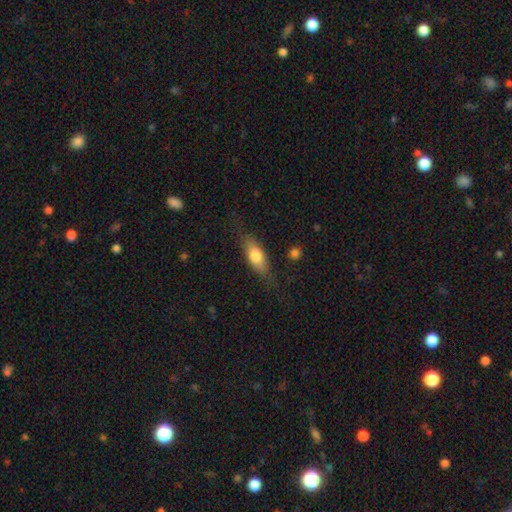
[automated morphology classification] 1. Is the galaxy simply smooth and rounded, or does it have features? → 72% smooth, 22% featured or disk, 6% star or artifact.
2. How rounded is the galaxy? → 72% in between, 25% cigar-shaped, 4% round.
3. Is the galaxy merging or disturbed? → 74% none, 18% minor disturbance, 6% major disturbance, 2% merger.